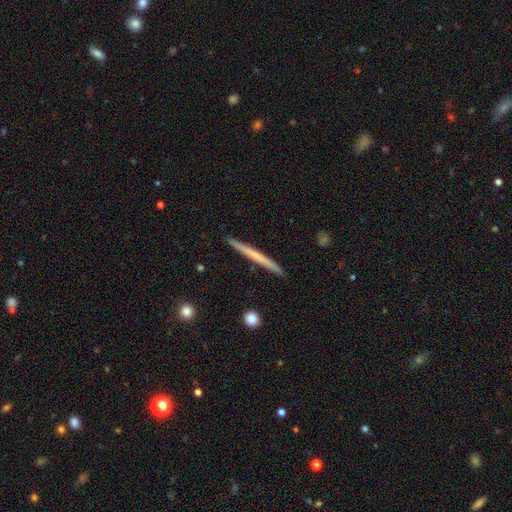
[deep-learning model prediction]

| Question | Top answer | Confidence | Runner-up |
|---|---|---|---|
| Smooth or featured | smooth | 51% | featured or disk (44%) |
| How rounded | cigar-shaped | 97% | in between (2%) |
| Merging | none | 92% | minor disturbance (6%) |